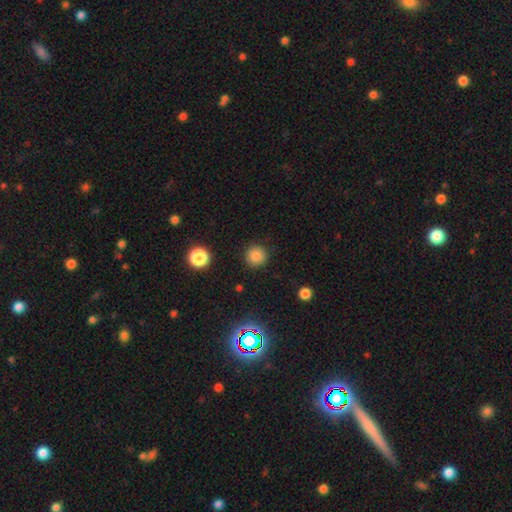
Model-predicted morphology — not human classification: Smooth or featured? Predicted: smooth (p=0.82). How rounded? Predicted: round (p=0.95). Merging? Predicted: none (p=0.90).